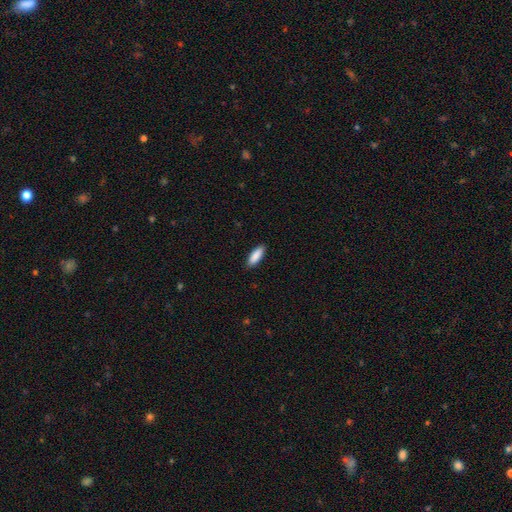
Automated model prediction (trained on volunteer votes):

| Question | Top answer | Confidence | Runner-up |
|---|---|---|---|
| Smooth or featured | smooth | 88% | featured or disk (6%) |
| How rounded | in between | 53% | cigar-shaped (45%) |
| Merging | none | 89% | minor disturbance (9%) |